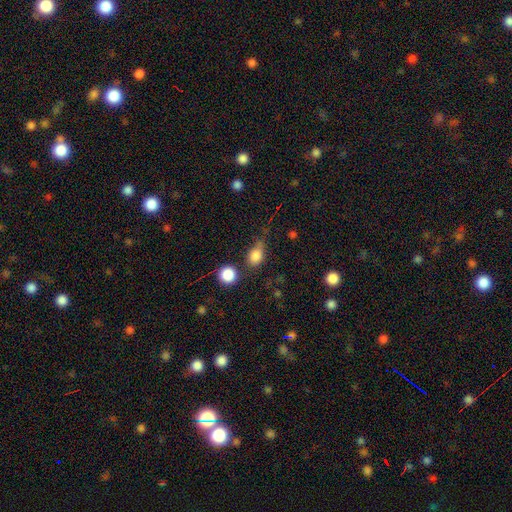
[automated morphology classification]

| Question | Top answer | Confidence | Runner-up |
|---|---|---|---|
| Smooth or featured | smooth | 80% | star or artifact (12%) |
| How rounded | in between | 49% | tied: round (49%) |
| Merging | none | 46% | minor disturbance (29%) |